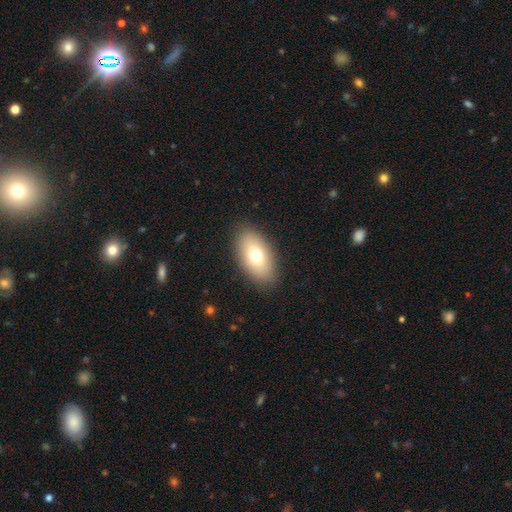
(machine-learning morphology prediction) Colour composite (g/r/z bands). It shows a smooth galaxy with no disk features (71%) that is in between round and cigar-shaped (91%). Merging: none (87%).